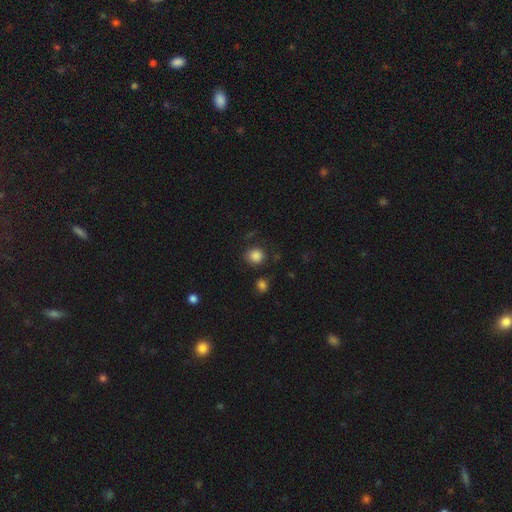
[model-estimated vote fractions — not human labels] smooth 85%, star or artifact 11%, featured or disk 4%. Down the decision tree: how rounded — round (86%); merging — none (80%).